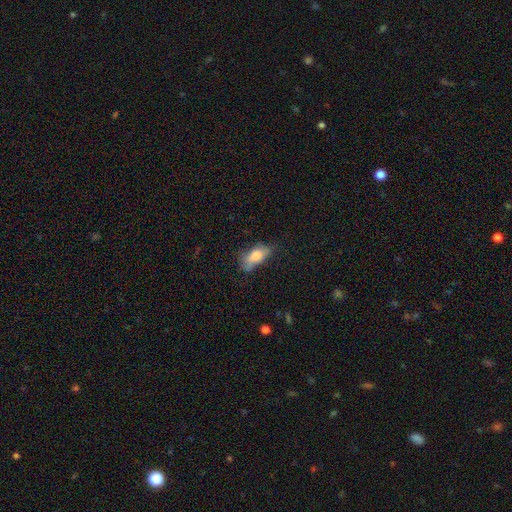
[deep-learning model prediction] Morphology: type=smooth (74%); roundness=in between (86%); merging=none (46%).